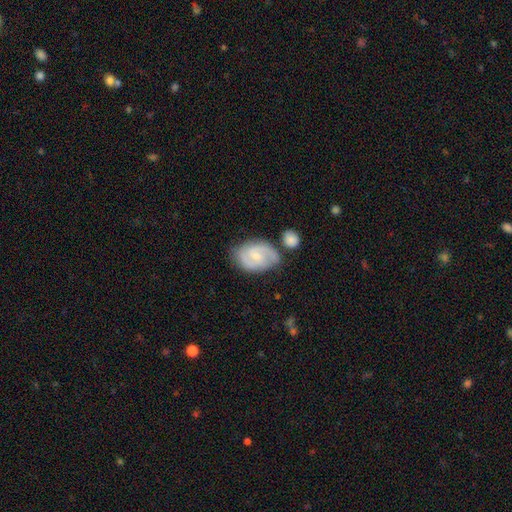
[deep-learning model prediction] This is likely a featured or disk galaxy (68%). It is clearly not viewed edge-on (97%). Bar: possibly weak (52%). Spiral arm pattern: clearly yes (92%). Spiral arm count: clearly 2 (80%). Spiral winding: possibly medium (48%). Central bulge: likely small (63%). Merging: likely none (62%).